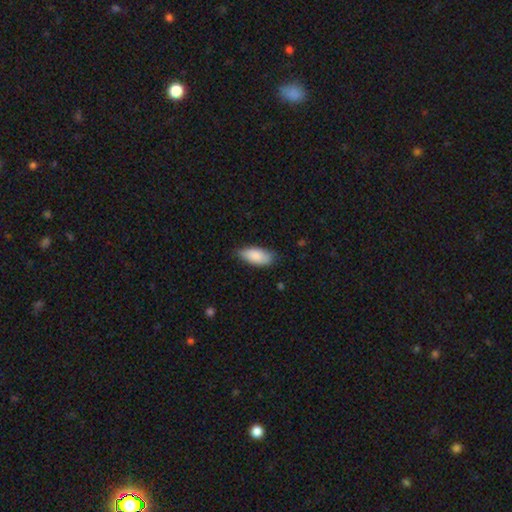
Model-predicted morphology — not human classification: smooth-or-featured: smooth: 88% | featured or disk: 6% | star or artifact: 6%
  how-rounded: in between: 89% | cigar-shaped: 9% | round: 2%
  merging: none: 72% | minor disturbance: 24% | major disturbance: 4% | merger: 1%